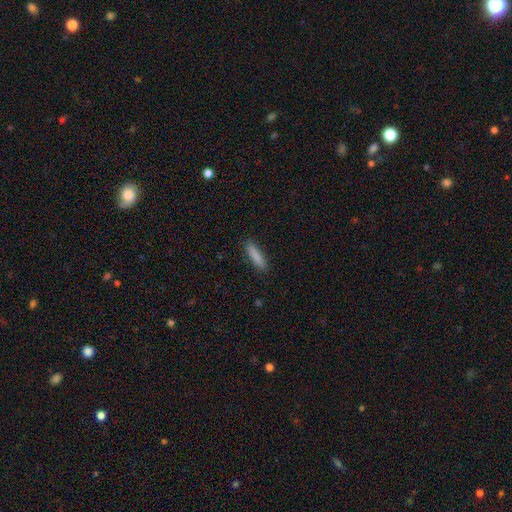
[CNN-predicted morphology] Smooth or featured? smooth (86%)
How rounded? cigar-shaped (81%)
Merging? none (89%)